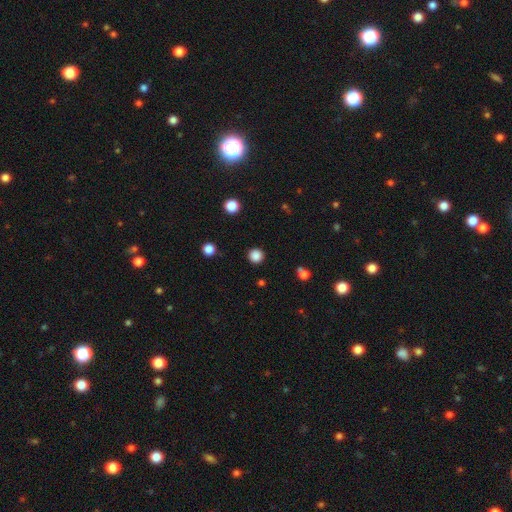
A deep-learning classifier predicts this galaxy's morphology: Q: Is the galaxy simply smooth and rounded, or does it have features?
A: smooth — 85%.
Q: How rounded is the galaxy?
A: round — 95%.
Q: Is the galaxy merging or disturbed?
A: none — 91%.